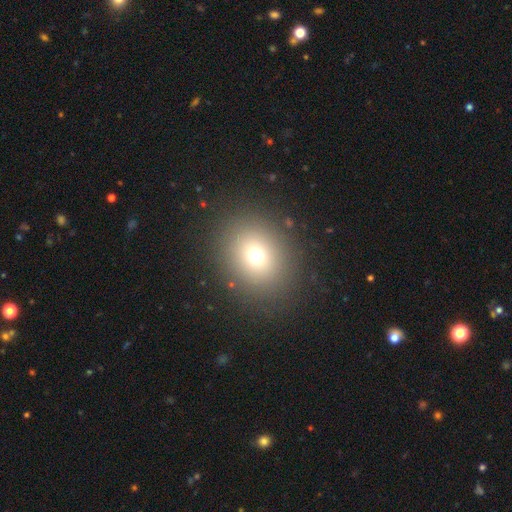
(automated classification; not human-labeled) A smooth galaxy with no disk features (71%) that is round (71%).

Vote fractions:
- Smooth or featured? smooth: 71% / star or artifact: 18% / featured or disk: 11%
- How rounded? round: 71% / in between: 28% / cigar-shaped: 1%
- Merging? none: 88% / minor disturbance: 7% / major disturbance: 4% / merger: 1%